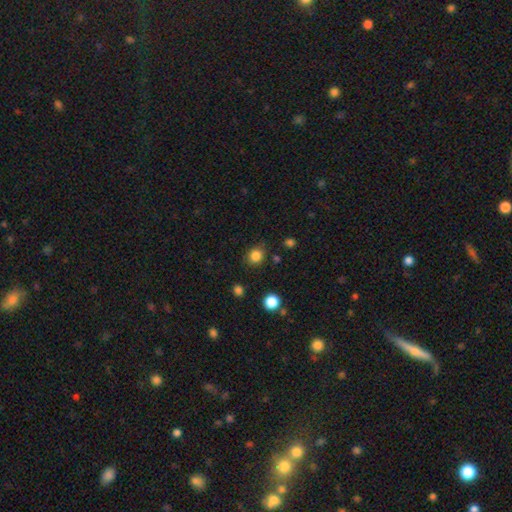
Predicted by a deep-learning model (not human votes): A smooth galaxy with no disk features (84%) that is round (75%).

Vote fractions:
- Smooth or featured? smooth: 84% / star or artifact: 12% / featured or disk: 4%
- How rounded? round: 75% / in between: 24% / cigar-shaped: 1%
- Merging? none: 82% / minor disturbance: 12% / major disturbance: 4% / merger: 2%